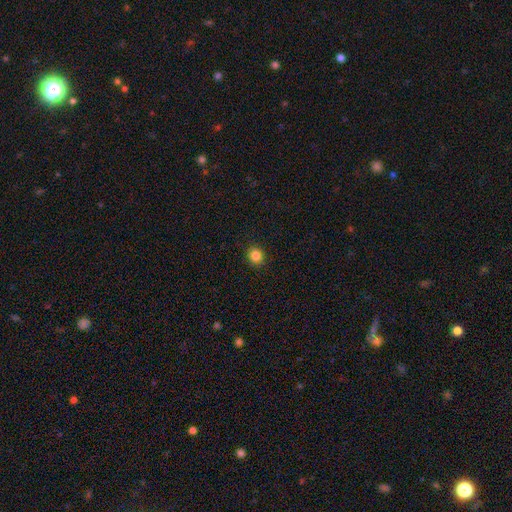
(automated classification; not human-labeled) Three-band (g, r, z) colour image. It shows a smooth galaxy with no disk features (84%) that is round (89%). Merging: none (92%).